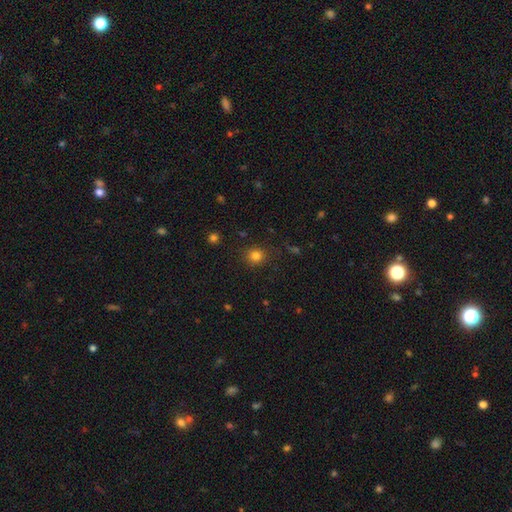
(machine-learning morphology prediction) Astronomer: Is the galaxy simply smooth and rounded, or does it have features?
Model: smooth — 81%.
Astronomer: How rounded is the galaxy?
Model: round — 87%.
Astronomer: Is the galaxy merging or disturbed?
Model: none — 87%.